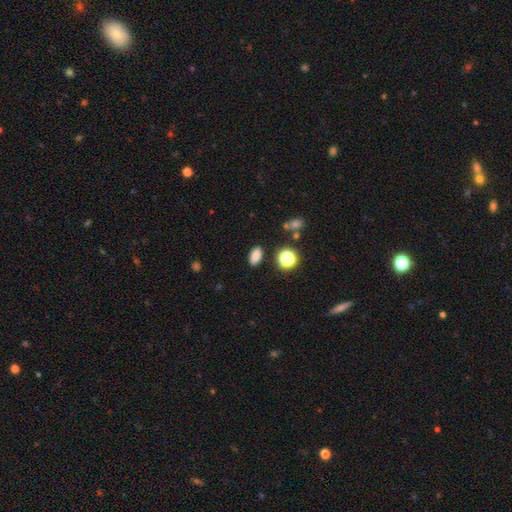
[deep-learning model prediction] Smooth or featured: smooth — 81% (star or artifact — 14%)
How rounded: in between — 85% (round — 11%)
Merging: none — 86% (minor disturbance — 9%)